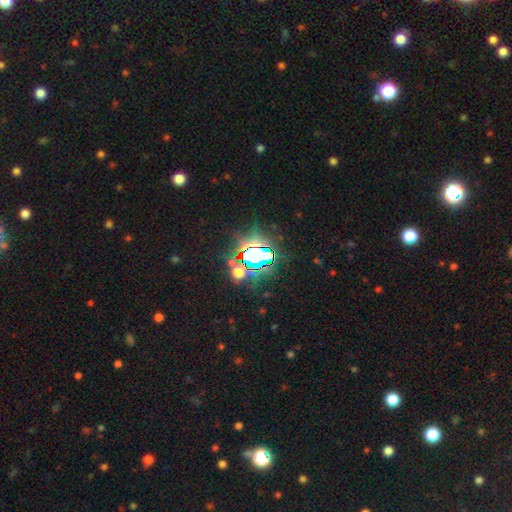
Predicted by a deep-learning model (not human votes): This appears to be a star or artifact, not a galaxy (83%).